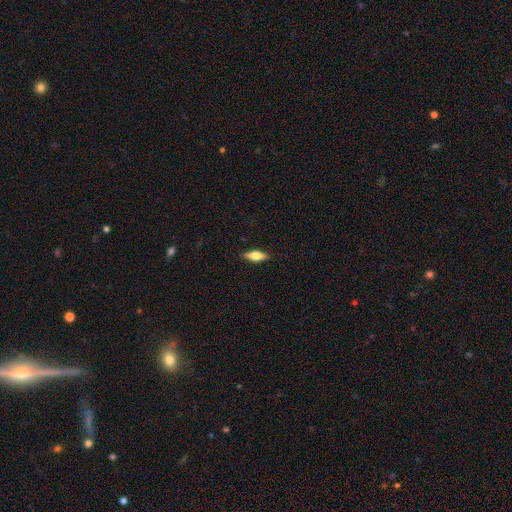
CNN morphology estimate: Smooth or featured? smooth (57%)
How rounded? in between (58%)
Merging? none (89%)